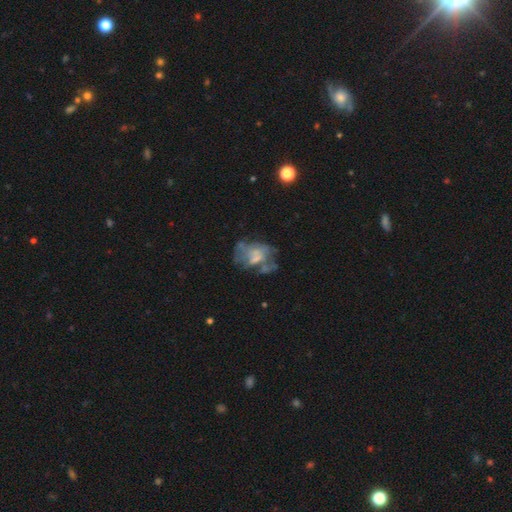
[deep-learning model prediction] Smooth or featured: featured or disk — 59% (smooth — 29%)
Edge-on disk: no — 98% (yes — 2%)
Bar: no — 74% (weak — 21%)
Spiral arms: no — 75% (yes — 25%)
Bulge size: none — 45% (small — 23%)
Merging: major disturbance — 34% (none — 33%)